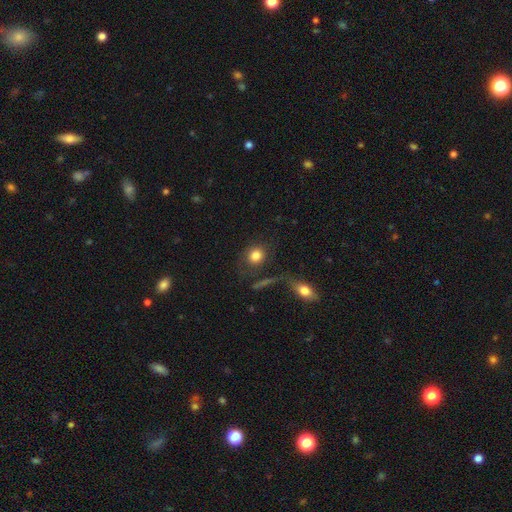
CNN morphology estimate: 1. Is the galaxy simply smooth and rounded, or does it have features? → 82% smooth, 9% featured or disk, 9% star or artifact.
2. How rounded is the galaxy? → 73% round, 25% in between, 2% cigar-shaped.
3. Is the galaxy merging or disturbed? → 69% none, 14% minor disturbance, 10% merger, 7% major disturbance.